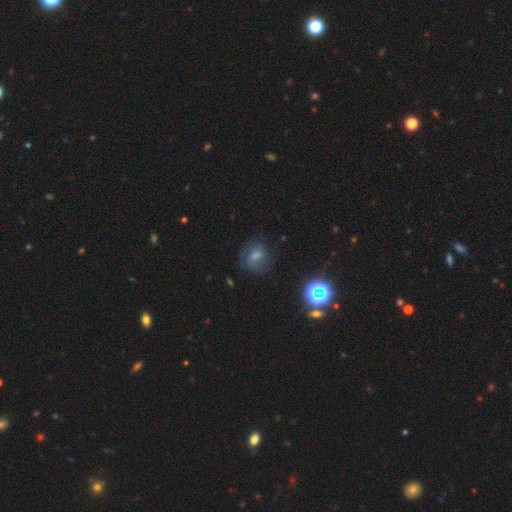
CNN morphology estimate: smooth-or-featured: smooth: 49% | featured or disk: 32% | star or artifact: 18%
  merging: none: 62% | minor disturbance: 22% | major disturbance: 14% | merger: 2%